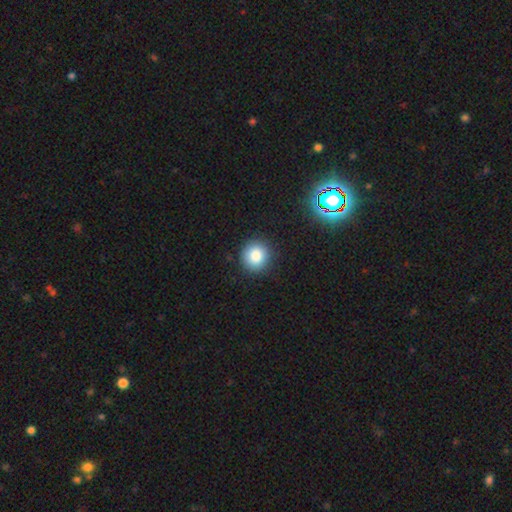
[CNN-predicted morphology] Smooth or featured?
  - smooth: 84% *
  - star or artifact: 11%
  - featured or disk: 6%
How rounded?
  - round: 91% *
  - in between: 8%
  - cigar-shaped: 1%
Merging?
  - none: 90% *
  - minor disturbance: 7%
  - major disturbance: 2%
  - merger: 1%